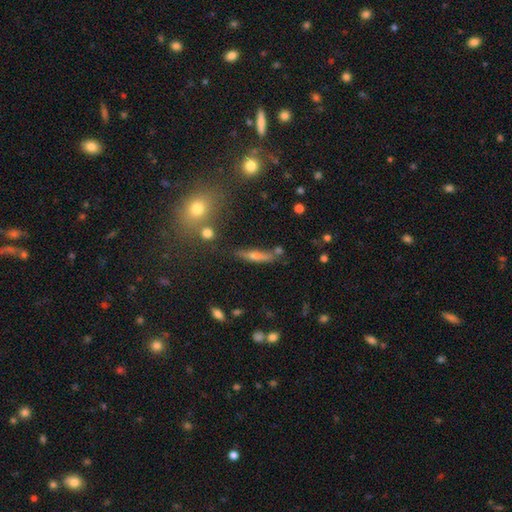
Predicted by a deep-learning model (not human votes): Q: Smooth or featured?
A: smooth (44%); runner-up: featured or disk (43%)
Q: Merging?
A: none (69%); runner-up: minor disturbance (16%)